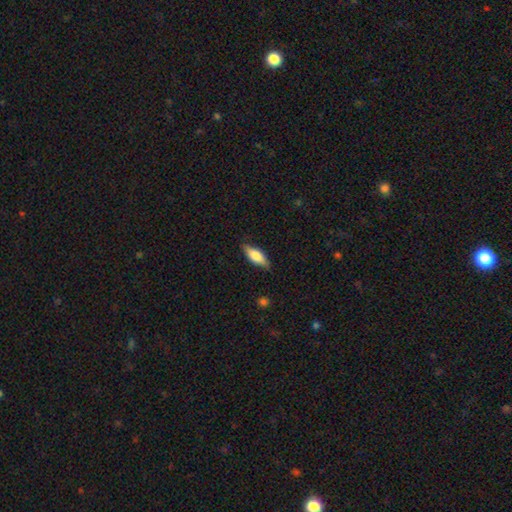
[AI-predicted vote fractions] Smooth or featured? Predicted: smooth (p=0.70). How rounded? Predicted: in between (p=0.69). Merging? Predicted: none (p=0.82).